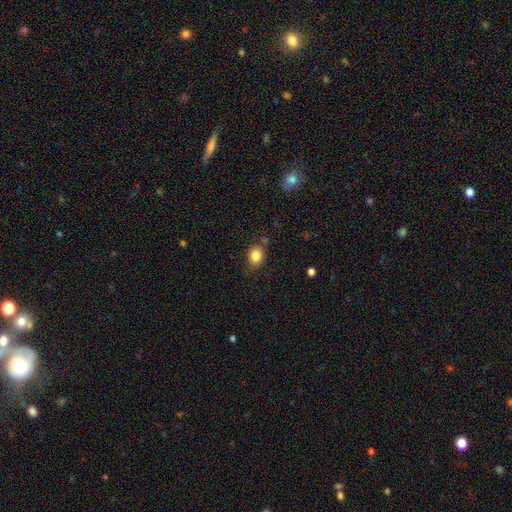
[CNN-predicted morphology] A smooth galaxy with no disk features (83%) that is in between round and cigar-shaped (52%). Merging: none (77%).